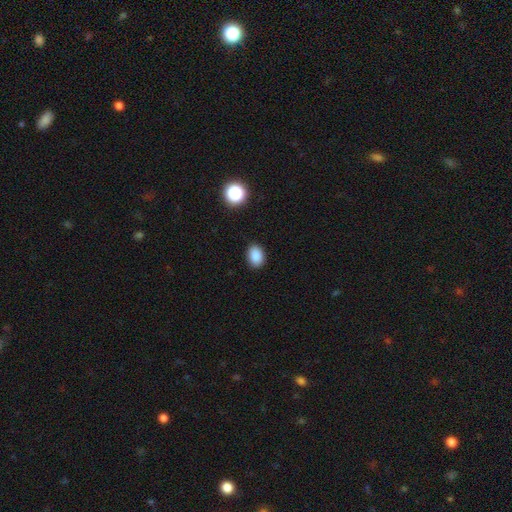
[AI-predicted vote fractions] Smooth or featured? smooth (87%)
How rounded? in between (78%)
Merging? none (88%)